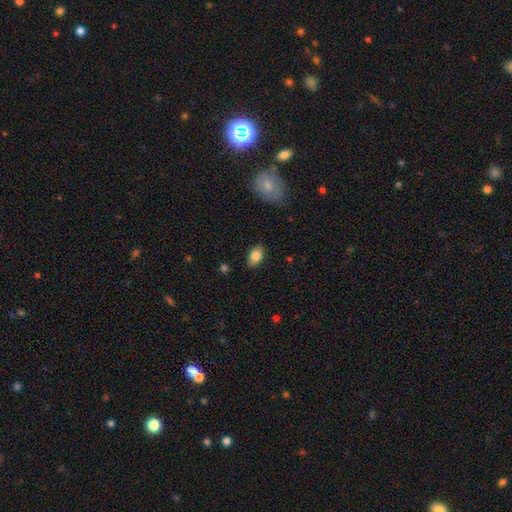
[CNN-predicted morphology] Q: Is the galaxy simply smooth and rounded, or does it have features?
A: smooth — 82%.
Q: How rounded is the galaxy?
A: in between — 91%.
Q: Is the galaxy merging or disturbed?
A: none — 87%.